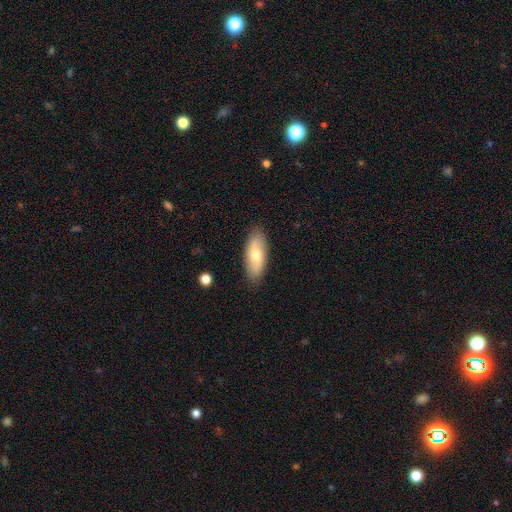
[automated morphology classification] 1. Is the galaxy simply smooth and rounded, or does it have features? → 67% smooth, 27% featured or disk, 6% star or artifact.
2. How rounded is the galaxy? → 80% in between, 18% cigar-shaped, 2% round.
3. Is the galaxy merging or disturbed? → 87% none, 10% minor disturbance, 2% major disturbance, 1% merger.